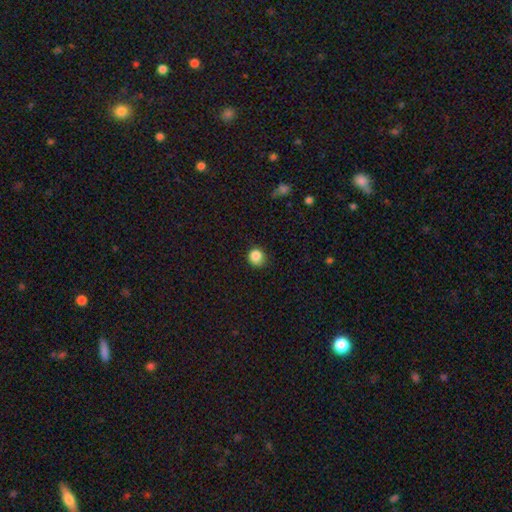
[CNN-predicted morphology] Smooth or featured? smooth (85%)
How rounded? round (86%)
Merging? none (78%)